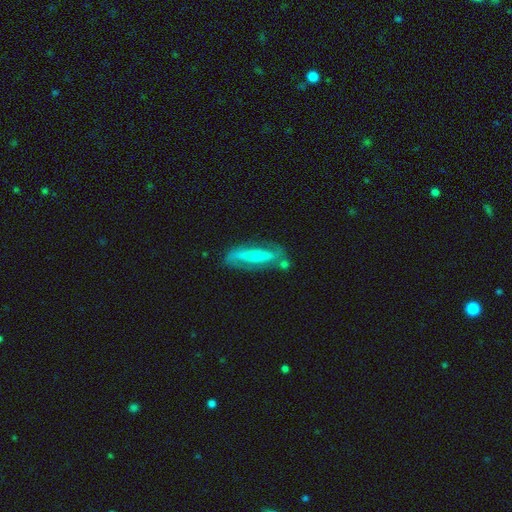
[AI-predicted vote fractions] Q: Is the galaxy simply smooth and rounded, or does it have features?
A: featured or disk — 70%.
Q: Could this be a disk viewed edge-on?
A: no — 69%.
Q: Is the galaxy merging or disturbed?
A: none — 66%.